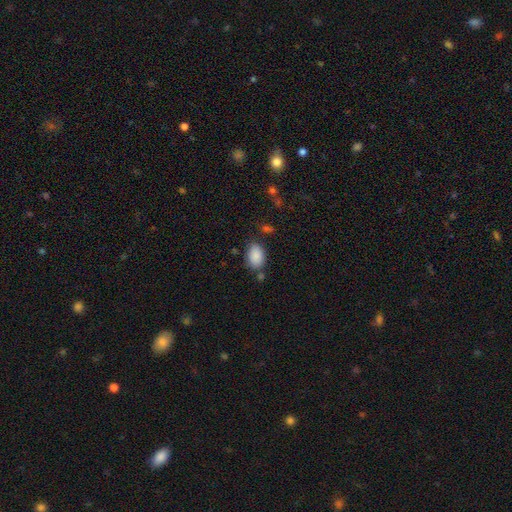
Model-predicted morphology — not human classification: Smooth or featured? smooth (89%)
How rounded? in between (87%)
Merging? none (73%)